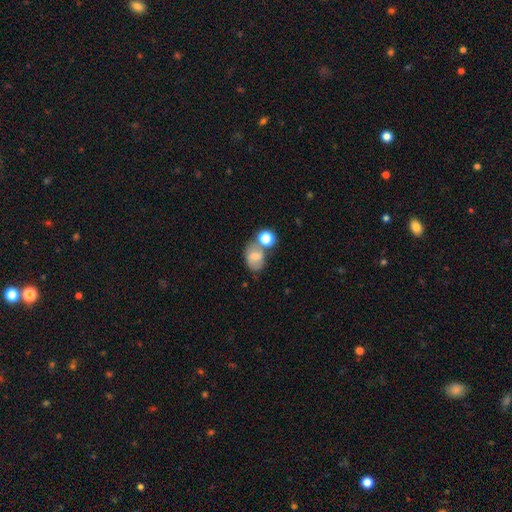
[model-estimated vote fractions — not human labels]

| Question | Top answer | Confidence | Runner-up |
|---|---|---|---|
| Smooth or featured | smooth | 66% | featured or disk (24%) |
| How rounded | in between | 66% | round (33%) |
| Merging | none | 43% | merger (31%) |